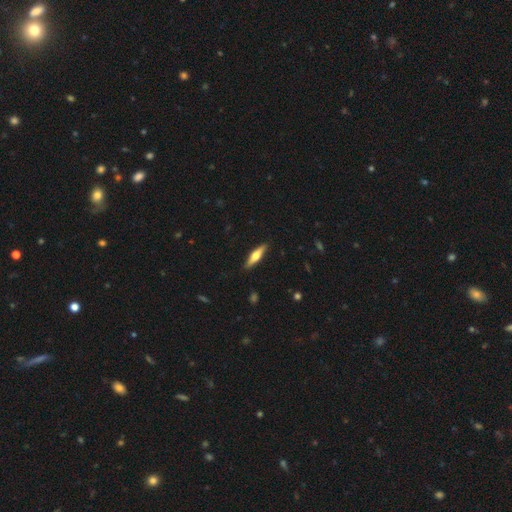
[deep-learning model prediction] smooth-or-featured: featured or disk: 50% | smooth: 44% | star or artifact: 5%
  disk-edge-on: yes: 94% | no: 6%
  merging: none: 90% | minor disturbance: 8% | major disturbance: 2% | merger: 1%